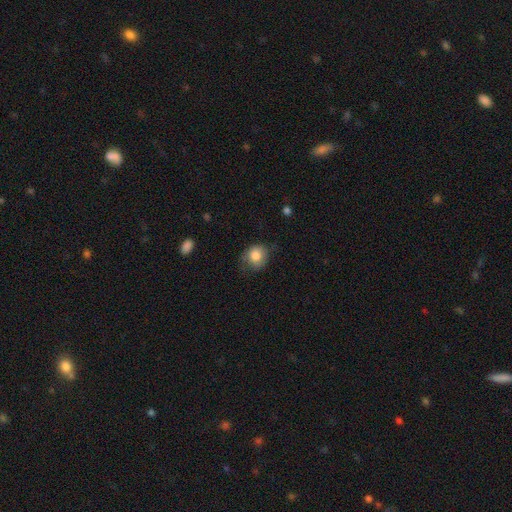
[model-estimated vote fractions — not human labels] A smooth galaxy with no disk features (80%) that is round (71%).

Vote fractions:
- Smooth or featured? smooth: 80% / featured or disk: 12% / star or artifact: 8%
- How rounded? round: 71% / in between: 28% / cigar-shaped: 1%
- Merging? none: 58% / minor disturbance: 30% / major disturbance: 11% / merger: 1%